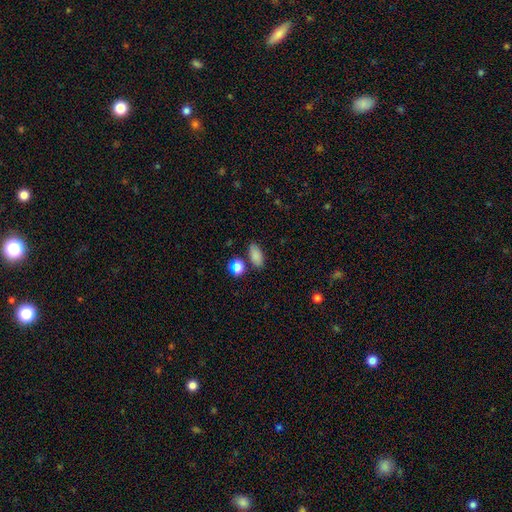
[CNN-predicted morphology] type=smooth (84%); roundness=in between (88%); merging=none (75%).